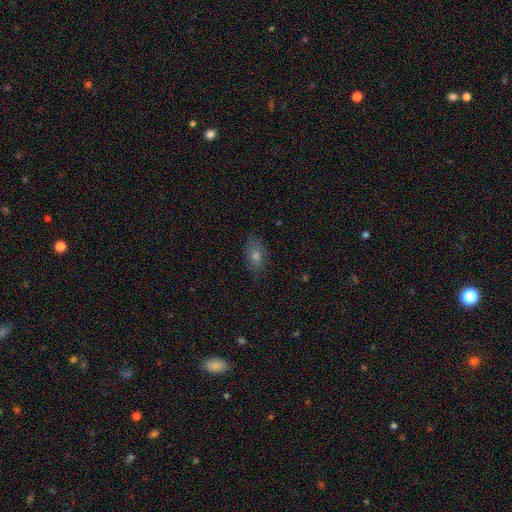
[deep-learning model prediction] Smooth or featured? Predicted: smooth (p=0.63). How rounded? Predicted: in between (p=0.78). Merging? Predicted: none (p=0.81).